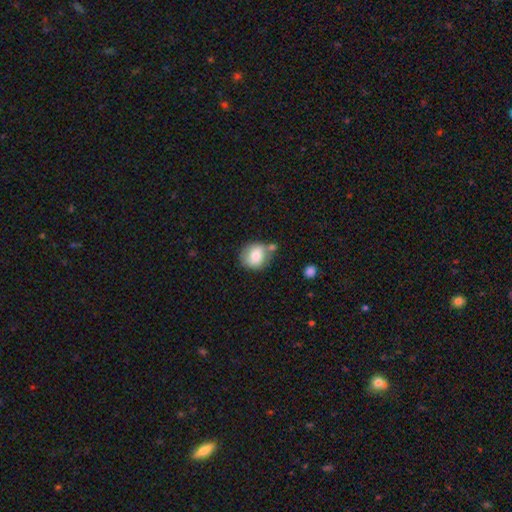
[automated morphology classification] smooth_or_featured: smooth (p=0.79) [alt: featured or disk p=0.14]
how_rounded: round (p=0.79) [alt: in between p=0.20]
merging: none (p=0.55) [alt: merger p=0.20]